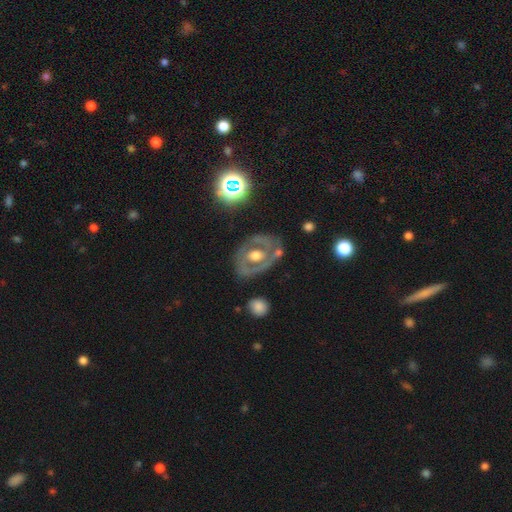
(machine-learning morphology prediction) Q: Smooth or featured?
A: featured or disk (71%); runner-up: smooth (22%)
Q: Edge-on disk?
A: no (94%); runner-up: yes (6%)
Q: Bar?
A: no (68%); runner-up: weak (23%)
Q: Spiral arms?
A: no (60%); runner-up: yes (40%)
Q: Bulge size?
A: moderate (60%); runner-up: large (29%)
Q: Merging?
A: none (69%); runner-up: minor disturbance (18%)